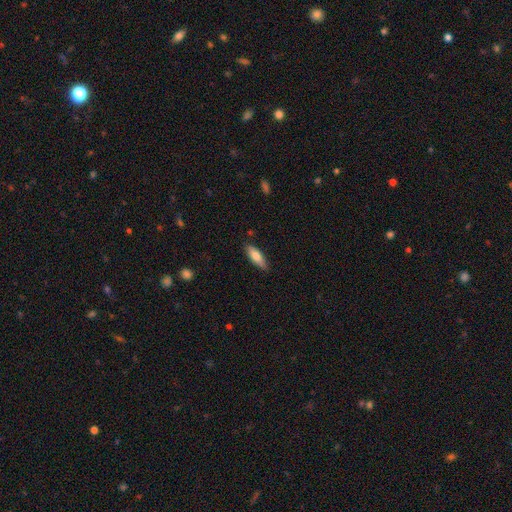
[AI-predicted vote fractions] Smooth or featured?
  - smooth: 77% *
  - featured or disk: 17%
  - star or artifact: 6%
How rounded?
  - in between: 58% *
  - cigar-shaped: 40%
  - round: 2%
Merging?
  - none: 84% *
  - minor disturbance: 13%
  - major disturbance: 2%
  - merger: 1%